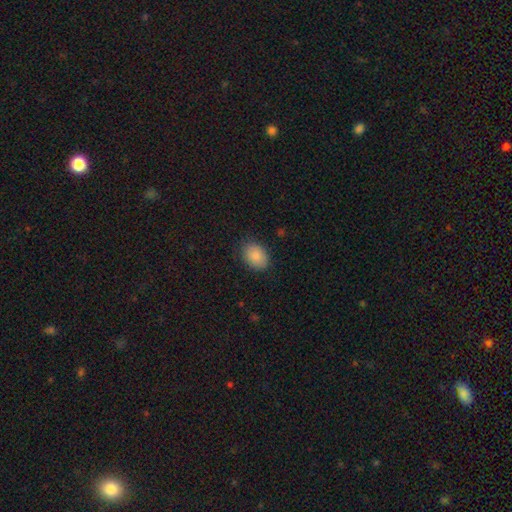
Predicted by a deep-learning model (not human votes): Overall: smooth (87%). How rounded: in between (71%). Merging: none (85%).